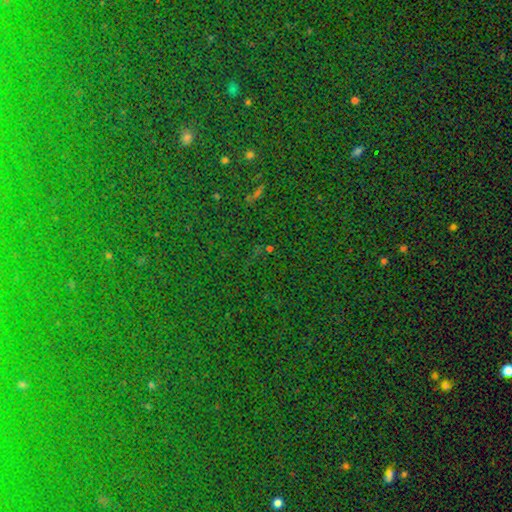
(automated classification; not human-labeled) This is clearly a star or artifact rather than a galaxy (82%).